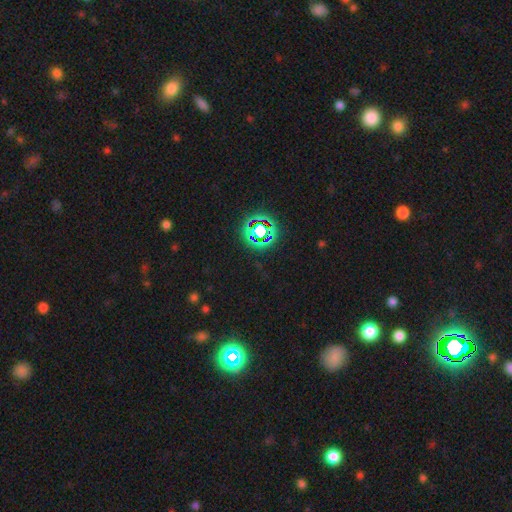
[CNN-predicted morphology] This appears to be a star or artifact, not a galaxy (74%).